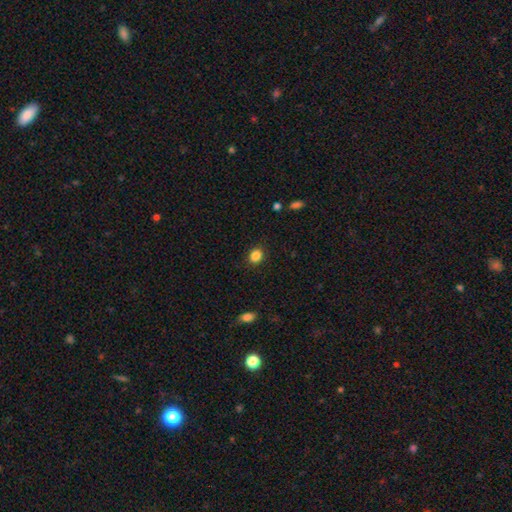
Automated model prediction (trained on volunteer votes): smooth-or-featured: smooth: 87% | star or artifact: 10% | featured or disk: 3%
  how-rounded: round: 59% | in between: 40% | cigar-shaped: 1%
  merging: none: 88% | minor disturbance: 8% | major disturbance: 2% | merger: 1%